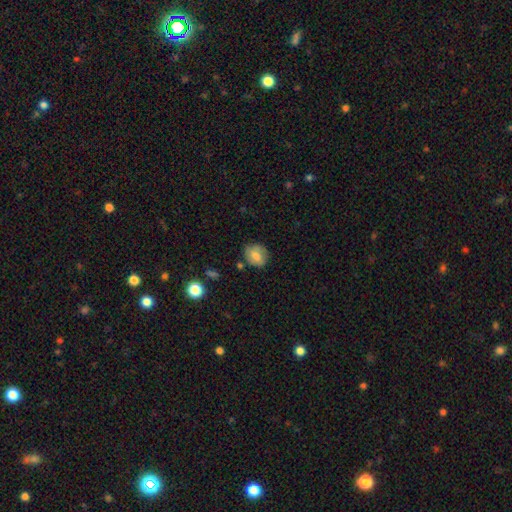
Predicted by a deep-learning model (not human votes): This is likely a smooth galaxy (73%). How rounded: likely round (65%). Merging: likely none (74%).